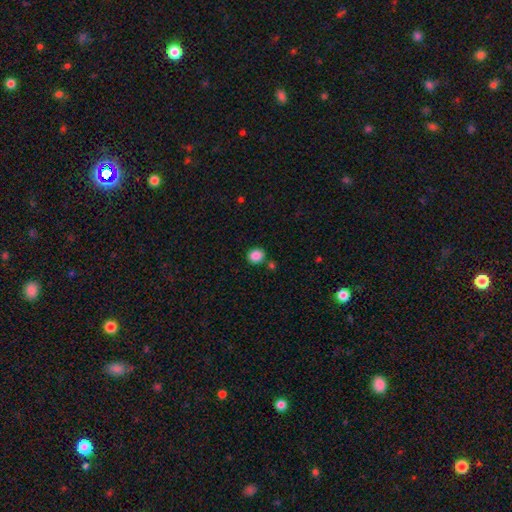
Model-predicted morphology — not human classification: This appears to be a smooth galaxy with no disk features (88%) that is round (70%). Merging: none (82%).